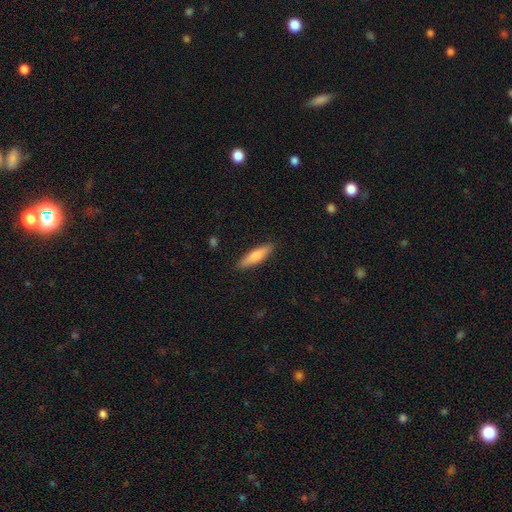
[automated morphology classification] This is likely a smooth galaxy (76%). How rounded: likely cigar-shaped (66%). Merging: clearly none (88%).